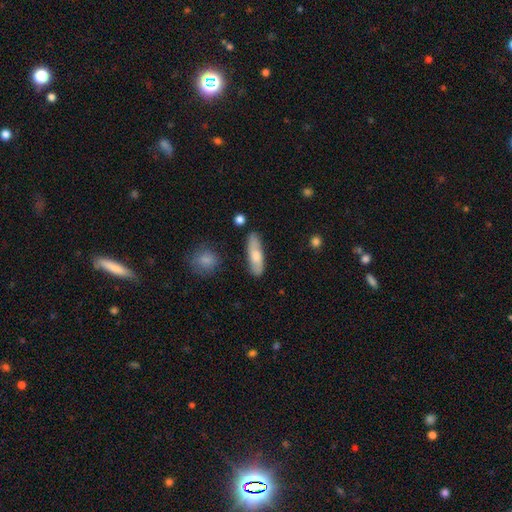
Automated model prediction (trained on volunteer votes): Smooth or featured: smooth — 68% (featured or disk — 27%)
How rounded: cigar-shaped — 50% (in between — 47%)
Merging: none — 80% (minor disturbance — 14%)